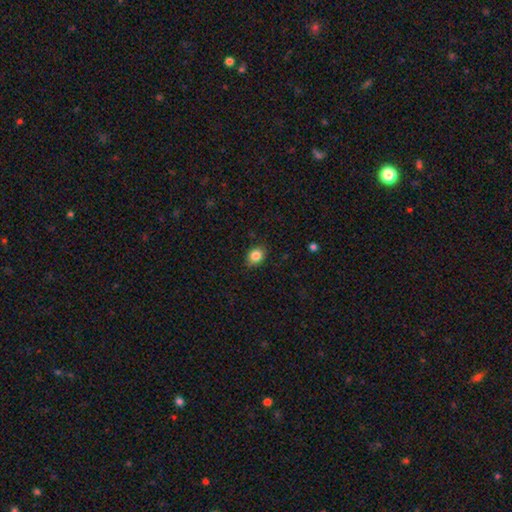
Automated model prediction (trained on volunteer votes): Overall: smooth (85%). How rounded: in between (58%; round 41%). Merging: none (85%).